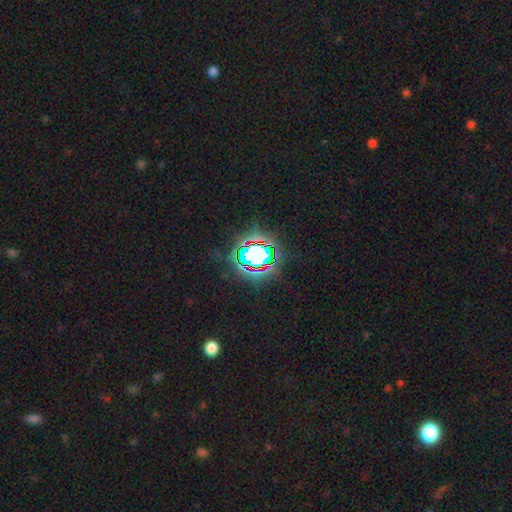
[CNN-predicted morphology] A star or artifact, not a galaxy (70%).